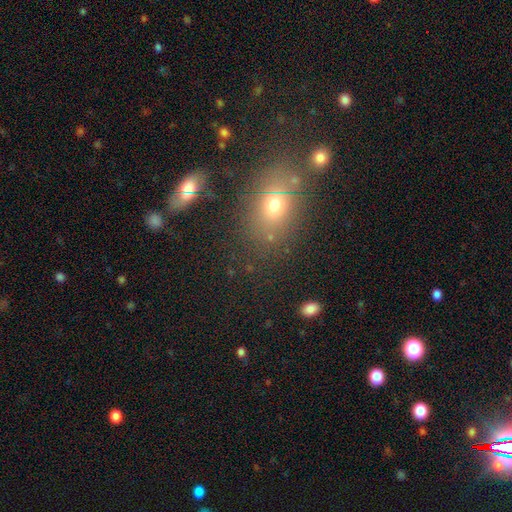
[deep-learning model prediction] A smooth galaxy with no disk features (59%) that is in between round and cigar-shaped (66%).

Vote fractions:
- Smooth or featured? smooth: 59% / star or artifact: 26% / featured or disk: 15%
- How rounded? in between: 66% / round: 31% / cigar-shaped: 2%
- Merging? none: 76% / minor disturbance: 12% / merger: 7% / major disturbance: 5%